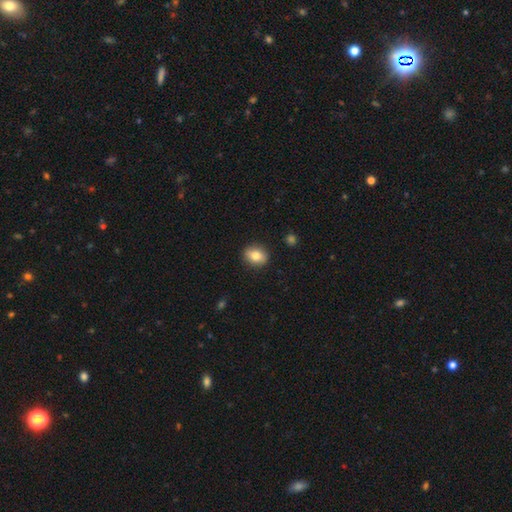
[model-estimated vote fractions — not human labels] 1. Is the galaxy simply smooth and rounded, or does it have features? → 79% smooth, 12% featured or disk, 8% star or artifact.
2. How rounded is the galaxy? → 51% round, 47% in between, 2% cigar-shaped.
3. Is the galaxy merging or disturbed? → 89% none, 8% minor disturbance, 2% major disturbance, 1% merger.